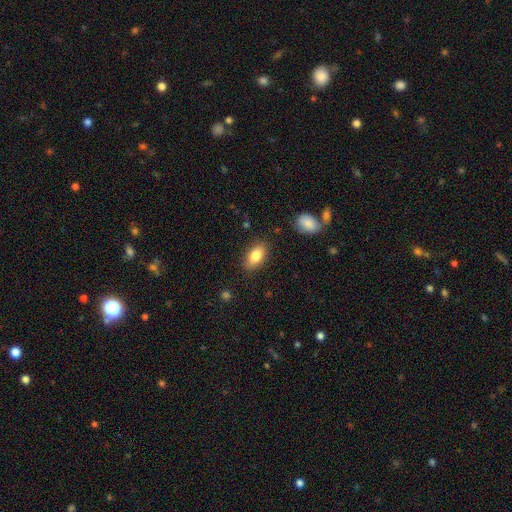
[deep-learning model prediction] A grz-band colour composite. It shows a smooth galaxy with no disk features (83%) that is in between round and cigar-shaped (91%). Merging: none (85%).